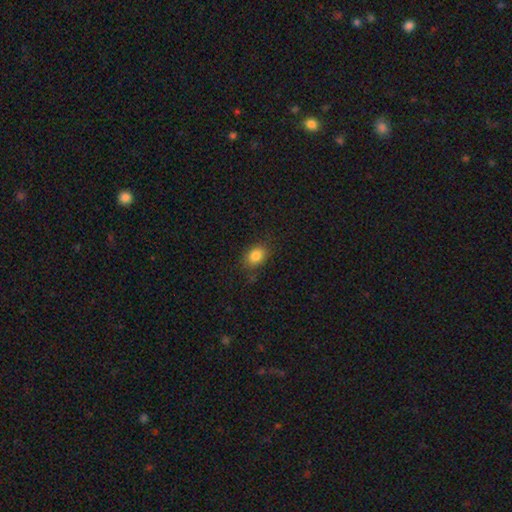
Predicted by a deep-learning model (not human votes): Q: Smooth or featured?
A: smooth (83%); runner-up: star or artifact (11%)
Q: How rounded?
A: in between (62%); runner-up: round (37%)
Q: Merging?
A: none (79%); runner-up: minor disturbance (15%)